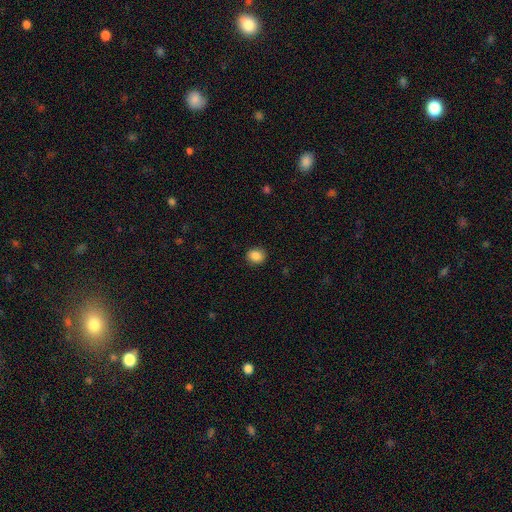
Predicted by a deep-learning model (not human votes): This is clearly a smooth galaxy (87%). How rounded: likely round (71%). Merging: clearly none (90%).